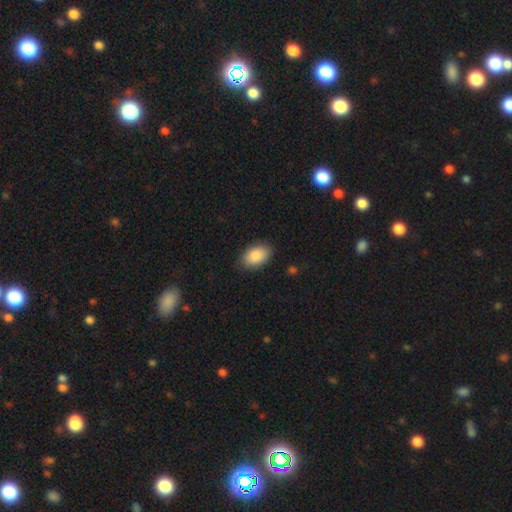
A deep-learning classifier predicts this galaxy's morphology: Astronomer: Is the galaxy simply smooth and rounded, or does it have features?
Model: smooth — 88%.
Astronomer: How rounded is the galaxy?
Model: in between — 92%.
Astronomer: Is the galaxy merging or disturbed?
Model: none — 85%.